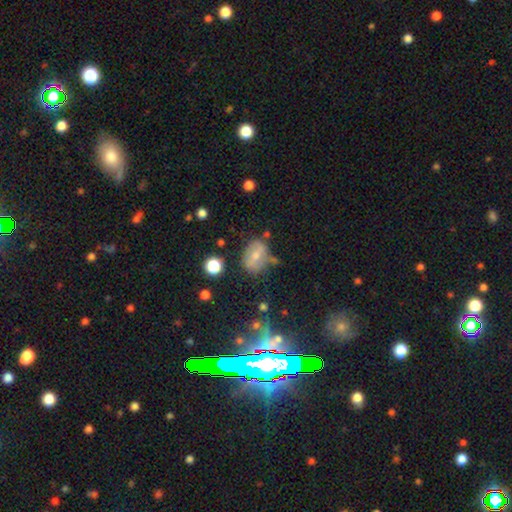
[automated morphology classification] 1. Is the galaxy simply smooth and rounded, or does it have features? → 55% smooth, 34% featured or disk, 12% star or artifact.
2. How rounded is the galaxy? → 65% in between, 33% round, 2% cigar-shaped.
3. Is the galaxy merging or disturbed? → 60% none, 24% minor disturbance, 8% major disturbance, 8% merger.